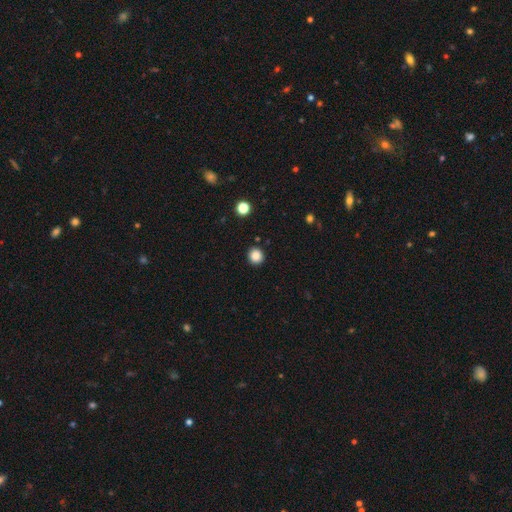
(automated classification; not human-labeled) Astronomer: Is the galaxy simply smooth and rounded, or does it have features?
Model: smooth — 86%.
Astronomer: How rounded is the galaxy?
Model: round — 92%.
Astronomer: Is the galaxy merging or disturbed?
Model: none — 91%.